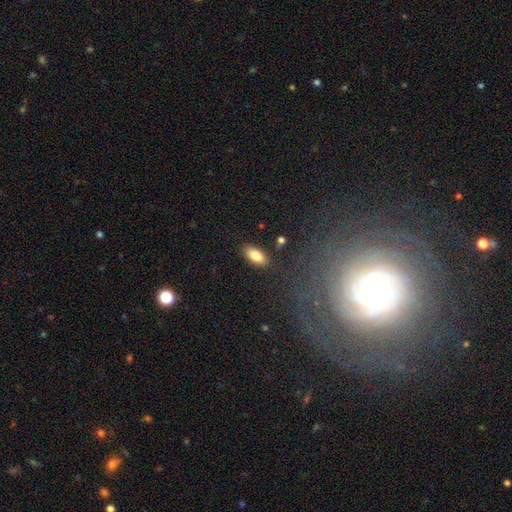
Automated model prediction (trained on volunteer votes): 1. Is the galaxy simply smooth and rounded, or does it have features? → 82% smooth, 11% featured or disk, 7% star or artifact.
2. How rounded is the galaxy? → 88% in between, 9% cigar-shaped, 3% round.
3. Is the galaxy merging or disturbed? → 86% none, 9% minor disturbance, 2% major disturbance, 2% merger.